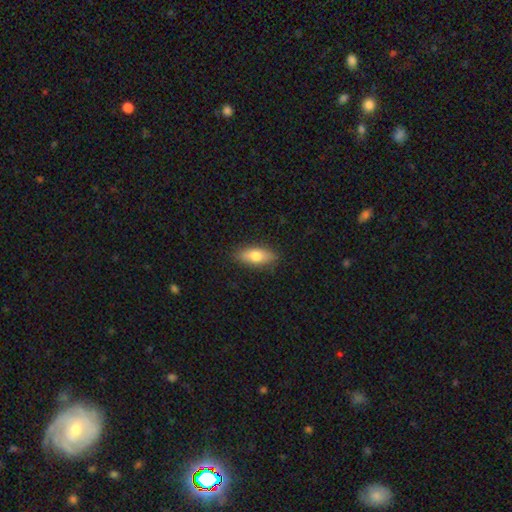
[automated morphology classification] smooth-or-featured: smooth: 73% | featured or disk: 20% | star or artifact: 7%
  how-rounded: in between: 76% | cigar-shaped: 20% | round: 4%
  merging: none: 87% | minor disturbance: 10% | major disturbance: 2% | merger: 1%